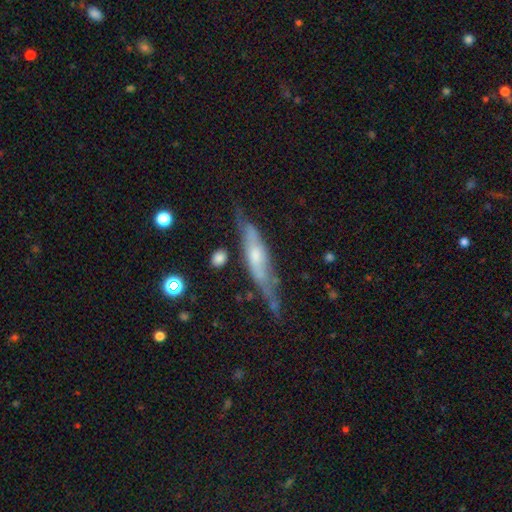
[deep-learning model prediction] Overall: featured or disk (66%; smooth 27%). Edge-on disk: yes (71%). Merging: none (58%; minor disturbance 27%).